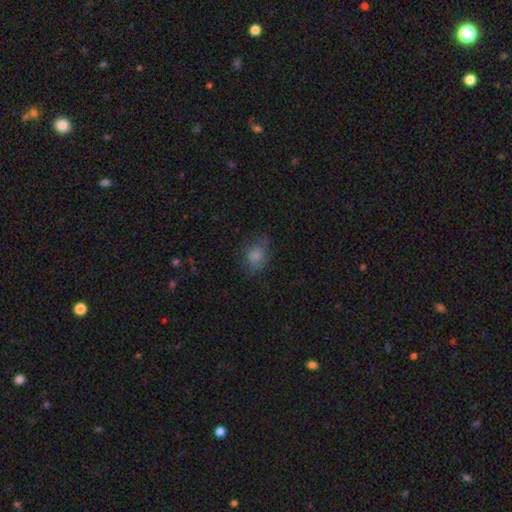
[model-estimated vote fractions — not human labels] A smooth galaxy with no disk features (77%) that is round (60%). Merging: none (58%).